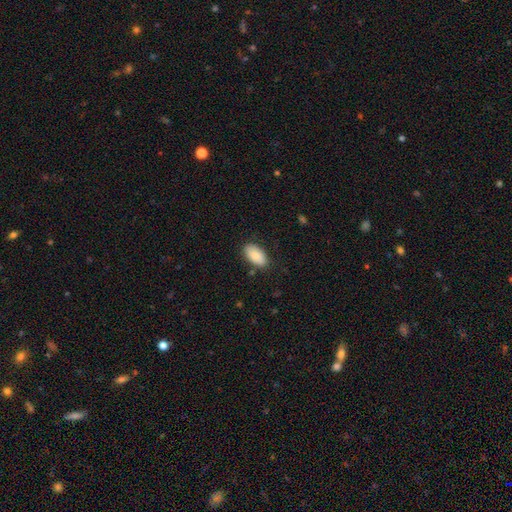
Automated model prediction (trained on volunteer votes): Morphology: type=smooth (88%); roundness=in between (95%); merging=none (83%).